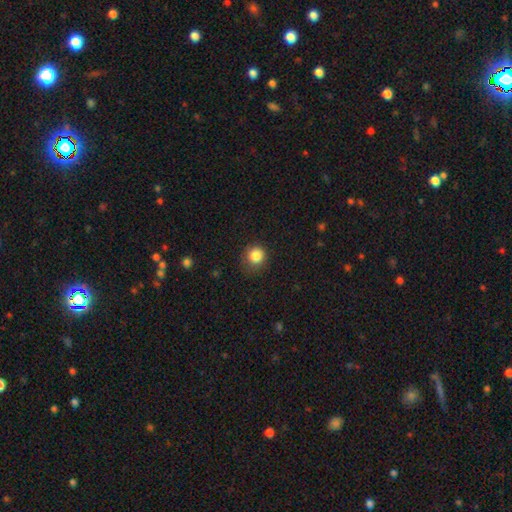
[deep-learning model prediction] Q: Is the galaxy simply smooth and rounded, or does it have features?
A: smooth — 85%.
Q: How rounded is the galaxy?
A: round — 89%.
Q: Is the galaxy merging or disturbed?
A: none — 78%.